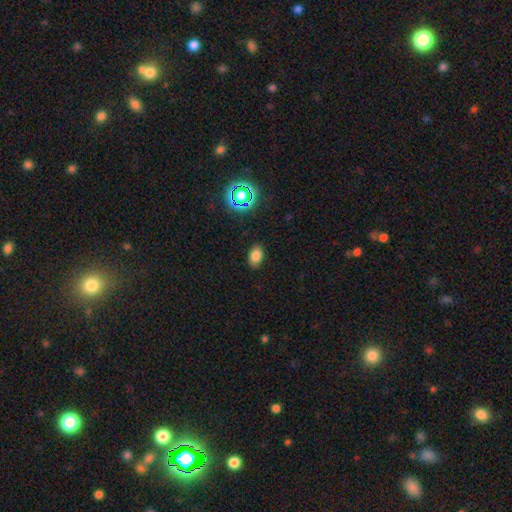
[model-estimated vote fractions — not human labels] smooth_or_featured: smooth (p=0.79) [alt: star or artifact p=0.14]
how_rounded: in between (p=0.85) [alt: round p=0.14]
merging: none (p=0.87) [alt: minor disturbance p=0.09]